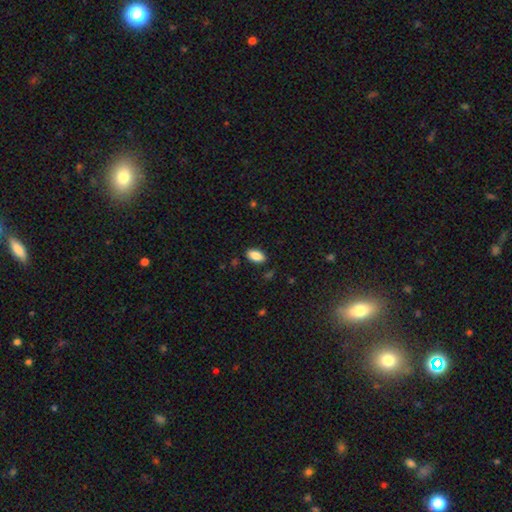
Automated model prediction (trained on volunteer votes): smooth 88%, star or artifact 7%, featured or disk 5%. Down the decision tree: how rounded — in between (92%); merging — none (87%).